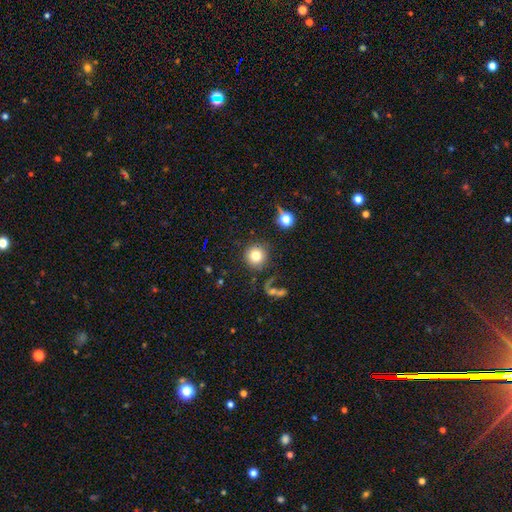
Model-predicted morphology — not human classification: Smooth or featured: smooth — 78% (star or artifact — 13%)
How rounded: round — 94% (in between — 5%)
Merging: none — 83% (minor disturbance — 7%)